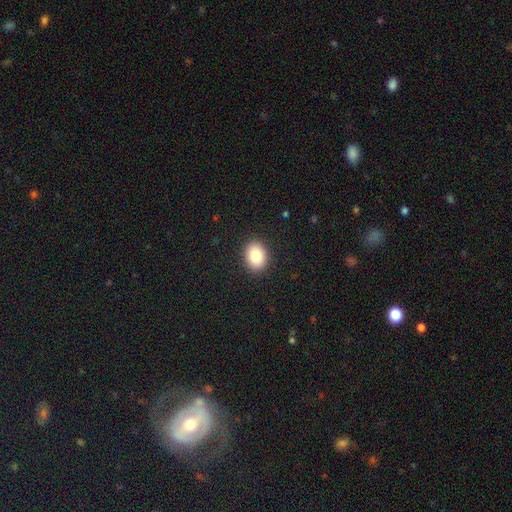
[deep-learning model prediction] This appears to be a smooth galaxy with no disk features (85%) that is in between round and cigar-shaped (59%). Merging: none (90%).